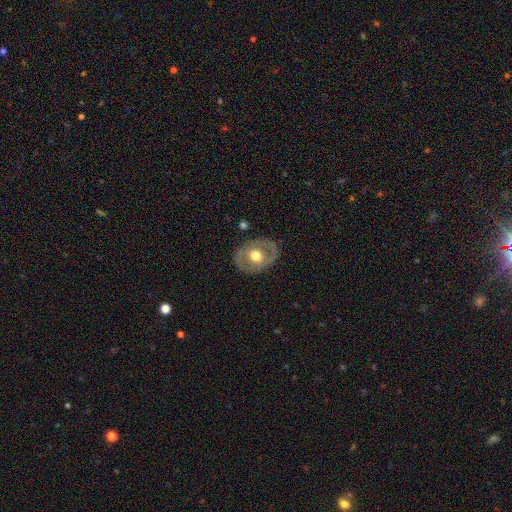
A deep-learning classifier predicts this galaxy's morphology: Smooth or featured: featured or disk — 54% (smooth — 40%)
Edge-on disk: no — 92% (yes — 8%)
Merging: none — 81% (minor disturbance — 13%)